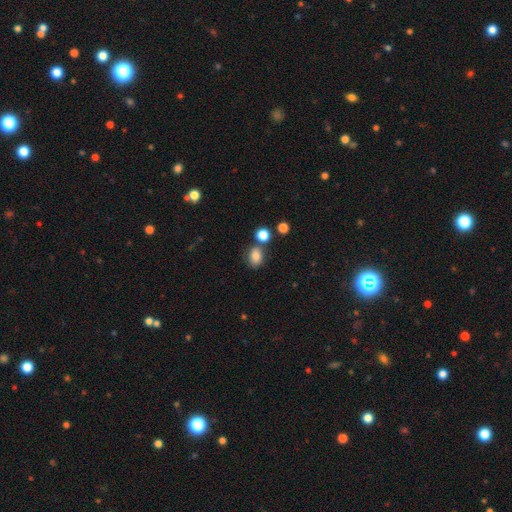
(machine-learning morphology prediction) smooth_or_featured: smooth (p=0.80) [alt: star or artifact p=0.12]
how_rounded: in between (p=0.59) [alt: round p=0.40]
merging: none (p=0.67) [alt: merger p=0.15]